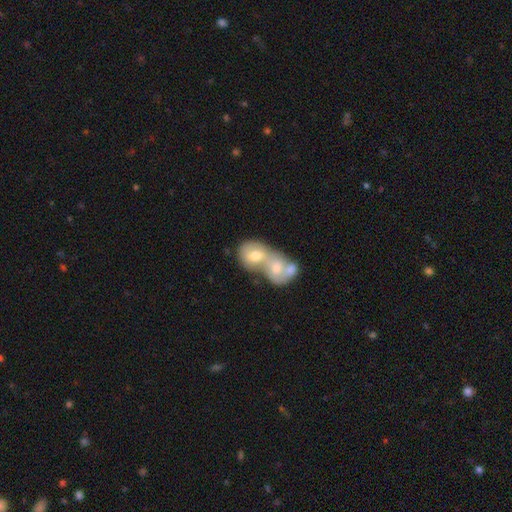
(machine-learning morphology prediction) Overall: featured or disk (50%; smooth 39%). Merging: merger (81%).